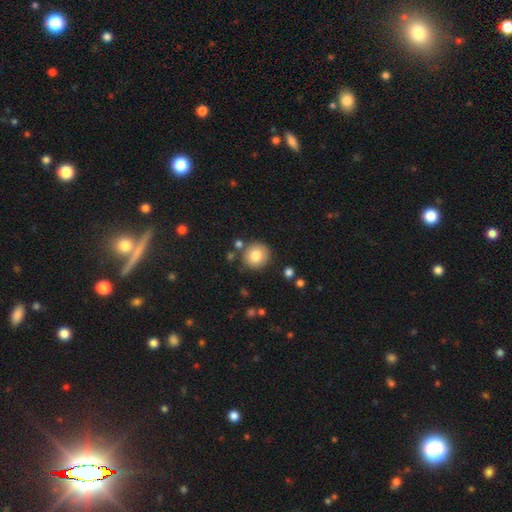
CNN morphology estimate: smooth 80%, featured or disk 10%, star or artifact 9%. Down the decision tree: how rounded — round (91%); merging — none (82%).